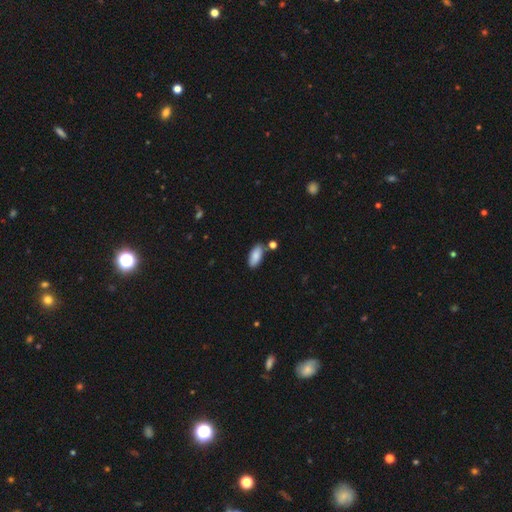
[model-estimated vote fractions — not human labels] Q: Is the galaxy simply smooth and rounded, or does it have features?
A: smooth — 87%.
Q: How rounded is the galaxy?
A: in between — 88%.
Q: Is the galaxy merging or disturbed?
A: none — 78%.